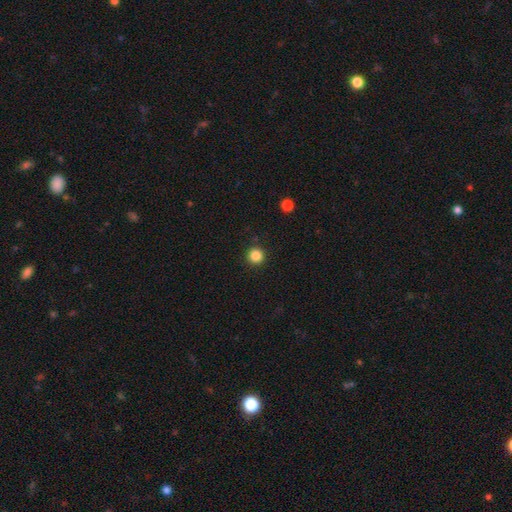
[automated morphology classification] smooth-or-featured: smooth: 85% | star or artifact: 12% | featured or disk: 4%
  how-rounded: round: 96% | in between: 3% | cigar-shaped: 1%
  merging: none: 92% | minor disturbance: 5% | major disturbance: 2% | merger: 1%